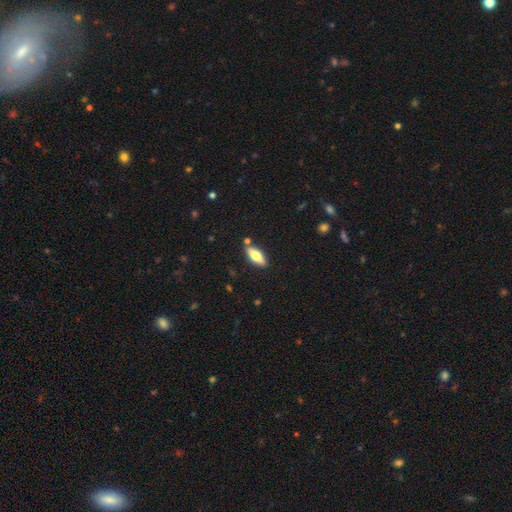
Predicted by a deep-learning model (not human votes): smooth-or-featured: smooth: 61% | featured or disk: 33% | star or artifact: 6%
  how-rounded: in between: 68% | cigar-shaped: 30% | round: 2%
  merging: none: 84% | minor disturbance: 10% | merger: 4% | major disturbance: 2%